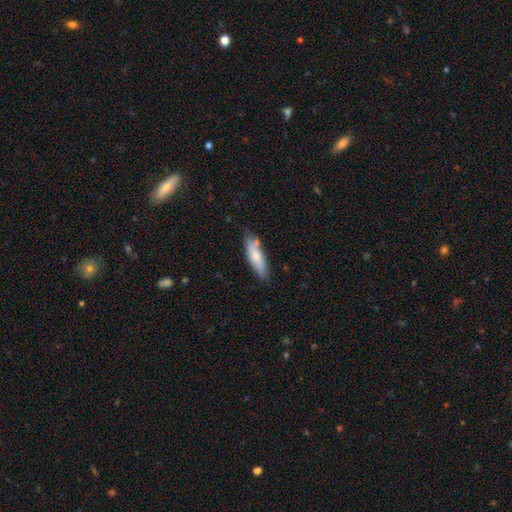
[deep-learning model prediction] This appears to be a smooth galaxy with no disk features (72%) that is cigar-shaped (58%). Merging: none (71%).